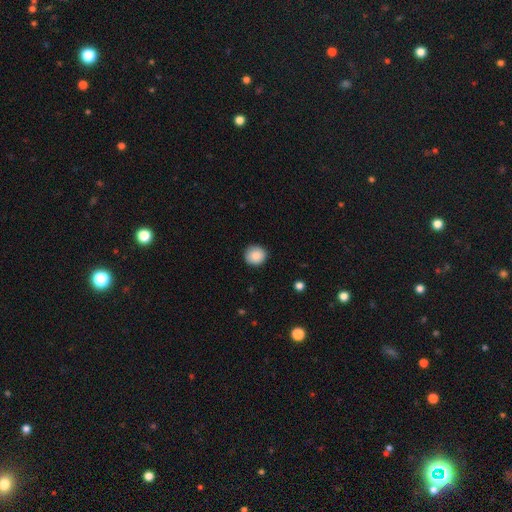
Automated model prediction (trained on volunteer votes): Smooth or featured? Predicted: smooth (p=0.86). How rounded? Predicted: round (p=0.92). Merging? Predicted: none (p=0.90).